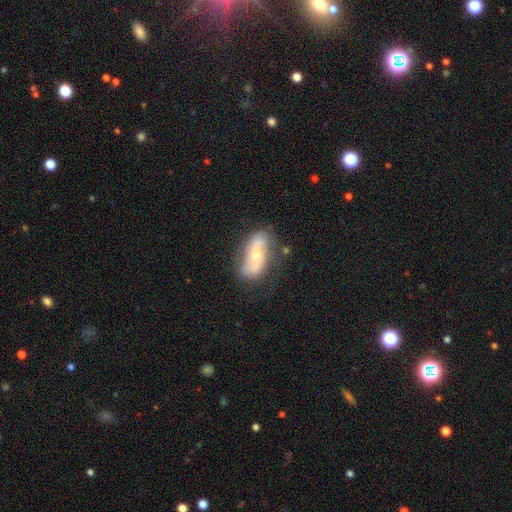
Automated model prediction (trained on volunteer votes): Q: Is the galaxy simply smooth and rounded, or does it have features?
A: featured or disk — 62%.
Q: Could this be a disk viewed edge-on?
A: no — 88%.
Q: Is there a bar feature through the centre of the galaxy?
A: no — 57%.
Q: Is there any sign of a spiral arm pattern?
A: yes — 69%.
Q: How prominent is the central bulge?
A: moderate — 55%.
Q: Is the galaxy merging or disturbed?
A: none — 68%.